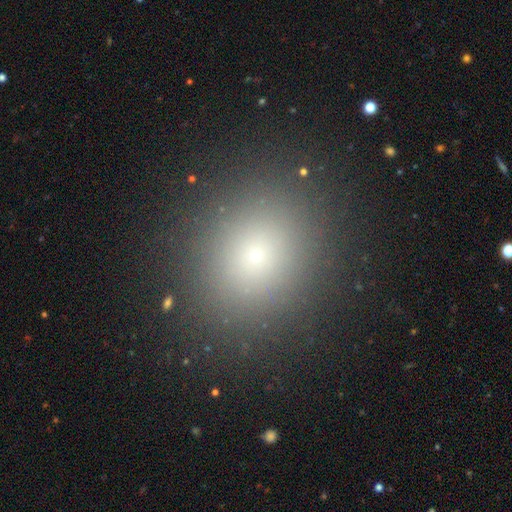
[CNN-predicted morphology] This is likely a smooth galaxy (70%). How rounded: likely round (70%). Merging: clearly none (88%).